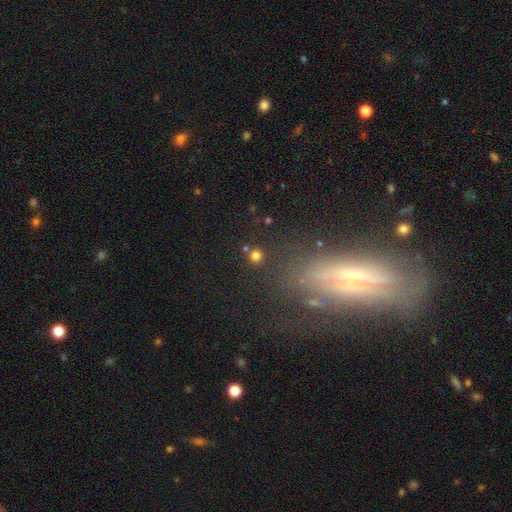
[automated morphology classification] The model was most divided on "smooth or featured": smooth: 77%, star or artifact: 17%, featured or disk: 6%. More confident: how rounded — round (93%); merging — none (81%).